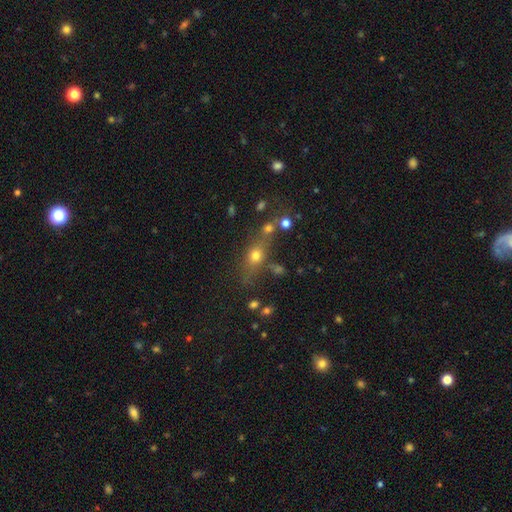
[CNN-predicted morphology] Smooth or featured? Predicted: smooth (p=0.60). How rounded? Predicted: in between (p=0.43). Merging? Predicted: none (p=0.57).